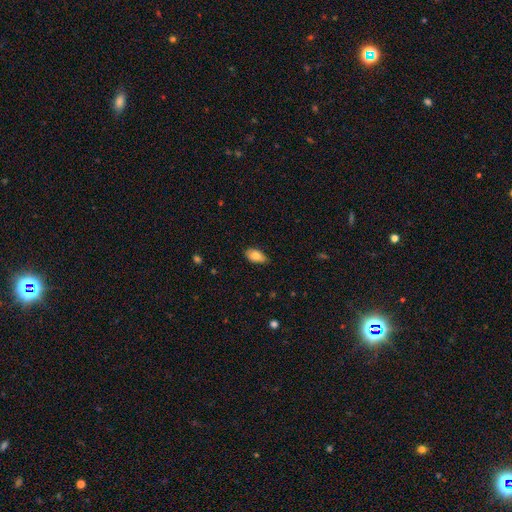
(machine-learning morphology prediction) smooth_or_featured: smooth (p=0.81) [alt: featured or disk p=0.12]
how_rounded: in between (p=0.92) [alt: round p=0.05]
merging: none (p=0.76) [alt: minor disturbance p=0.20]